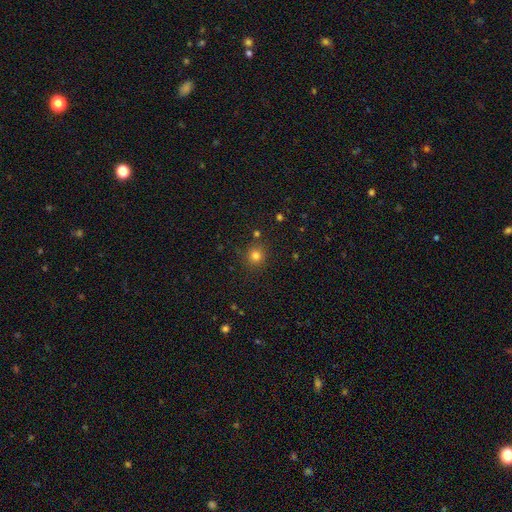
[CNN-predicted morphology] A smooth galaxy with no disk features (78%) that is round (92%). Merging: none (86%).